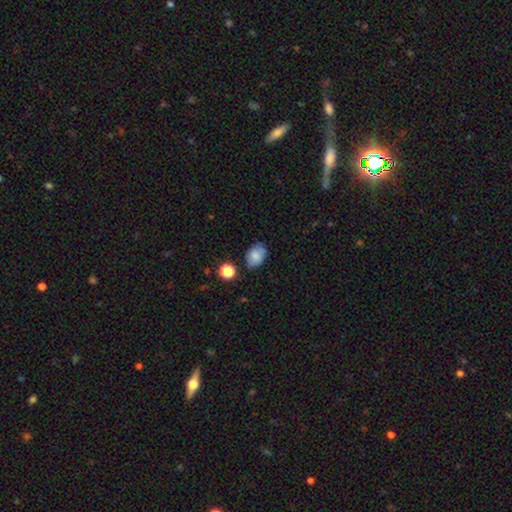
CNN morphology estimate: Q: Smooth or featured?
A: smooth (80%); runner-up: featured or disk (11%)
Q: How rounded?
A: in between (80%); runner-up: round (19%)
Q: Merging?
A: none (74%); runner-up: minor disturbance (18%)